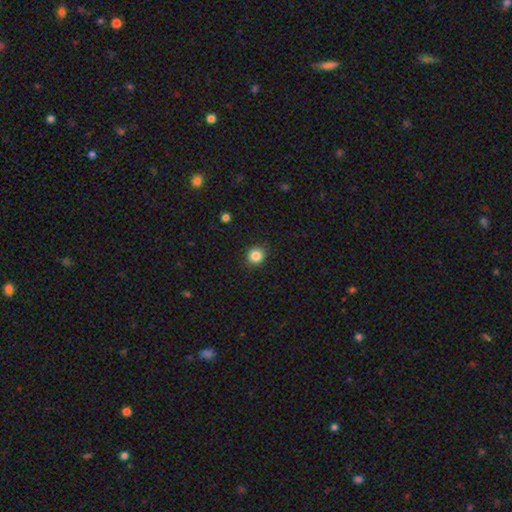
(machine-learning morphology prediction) Q: Smooth or featured?
A: smooth (85%); runner-up: star or artifact (11%)
Q: How rounded?
A: round (84%); runner-up: in between (15%)
Q: Merging?
A: none (89%); runner-up: minor disturbance (8%)